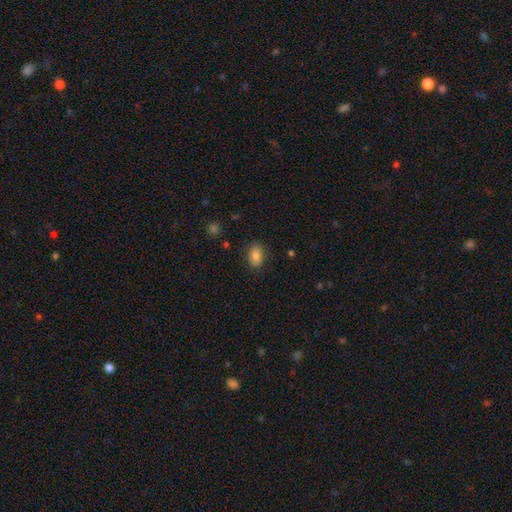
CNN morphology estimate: The model was most divided on "merging": none: 85%, minor disturbance: 11%, major disturbance: 3%, merger: 1%. More confident: how rounded — in between (89%); smooth or featured — smooth (86%).